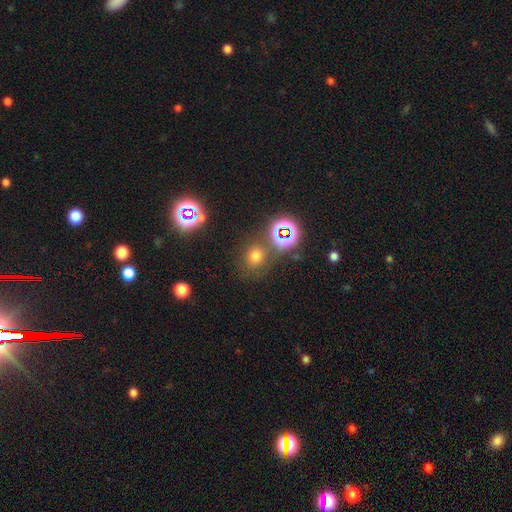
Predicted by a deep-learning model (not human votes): smooth_or_featured: smooth (p=0.63) [alt: star or artifact p=0.29]
how_rounded: round (p=0.82) [alt: in between p=0.16]
merging: none (p=0.75) [alt: minor disturbance p=0.10]